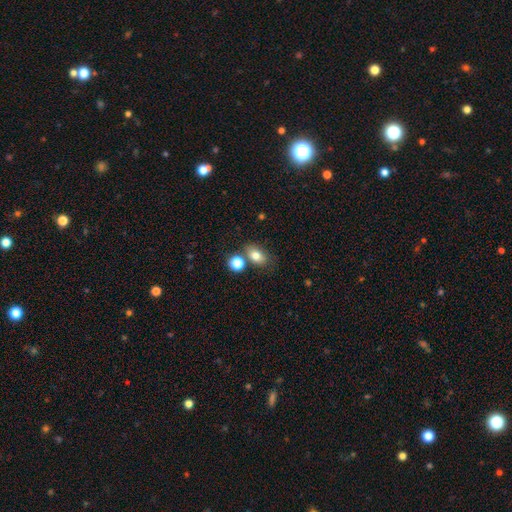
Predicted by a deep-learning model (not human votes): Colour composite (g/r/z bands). It shows a smooth galaxy with no disk features (79%) that is in between round and cigar-shaped (75%). Merging: none (63%).